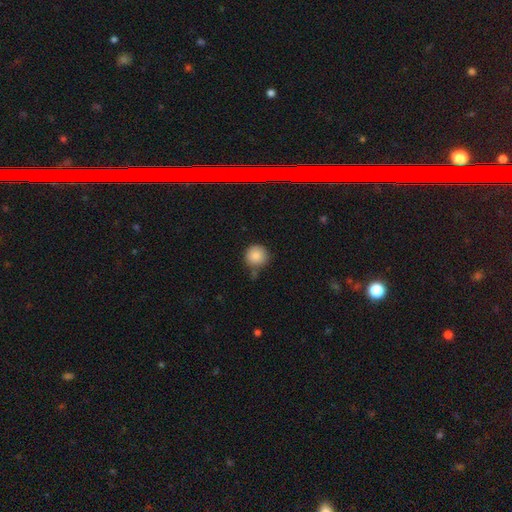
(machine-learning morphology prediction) smooth 84%, star or artifact 11%, featured or disk 5%. Down the decision tree: how rounded — round (94%); merging — none (71%).